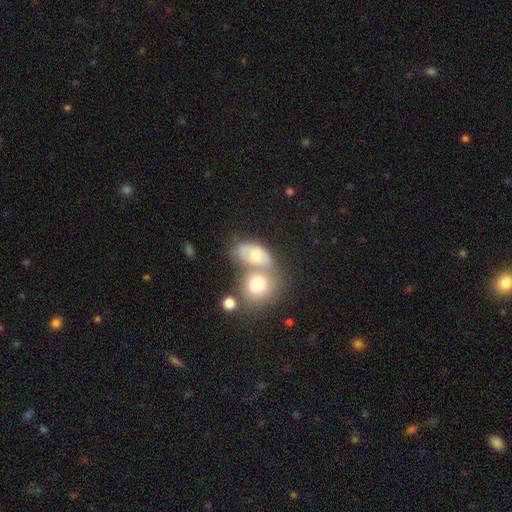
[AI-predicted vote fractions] smooth 59%, featured or disk 31%, star or artifact 10%. Down the decision tree: how rounded — in between (64%); merging — merger (54%).